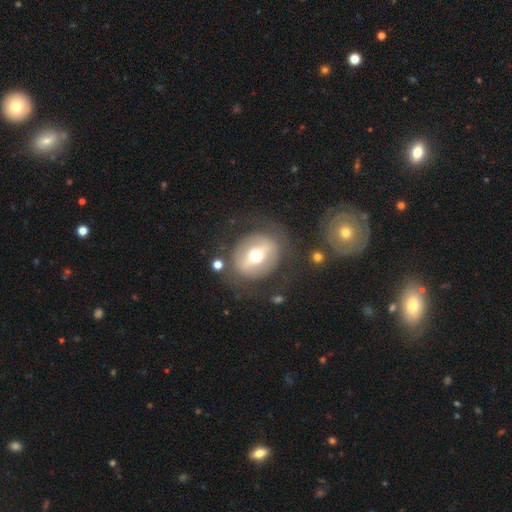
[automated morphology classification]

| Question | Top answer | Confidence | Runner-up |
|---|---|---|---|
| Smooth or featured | featured or disk | 56% | smooth (36%) |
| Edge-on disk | no | 91% | yes (9%) |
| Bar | strong | 54% | weak (27%) |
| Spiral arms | no | 79% | yes (21%) |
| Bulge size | moderate | 70% | small (18%) |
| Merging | none | 75% | minor disturbance (12%) |